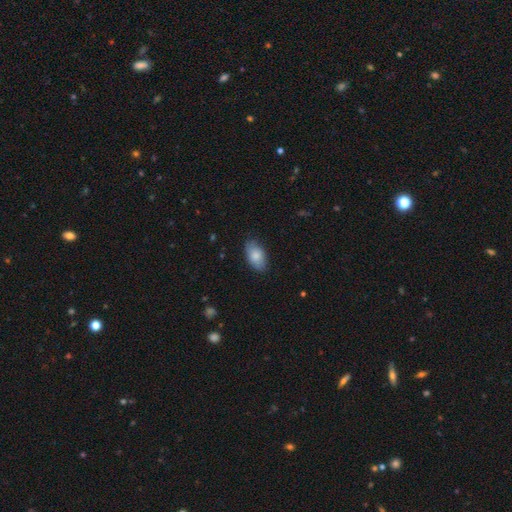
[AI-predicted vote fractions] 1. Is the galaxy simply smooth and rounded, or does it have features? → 83% smooth, 11% featured or disk, 6% star or artifact.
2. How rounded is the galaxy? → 93% in between, 5% round, 2% cigar-shaped.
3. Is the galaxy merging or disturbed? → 82% none, 14% minor disturbance, 3% major disturbance, 1% merger.